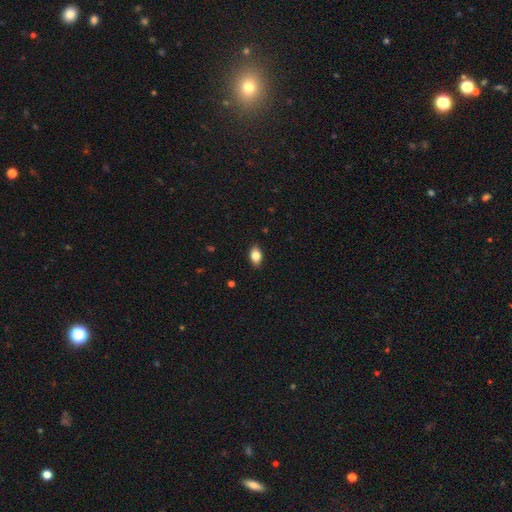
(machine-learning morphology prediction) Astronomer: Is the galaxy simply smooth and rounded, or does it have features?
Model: smooth — 82%.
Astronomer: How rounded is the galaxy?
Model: in between — 88%.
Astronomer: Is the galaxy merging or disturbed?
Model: none — 88%.